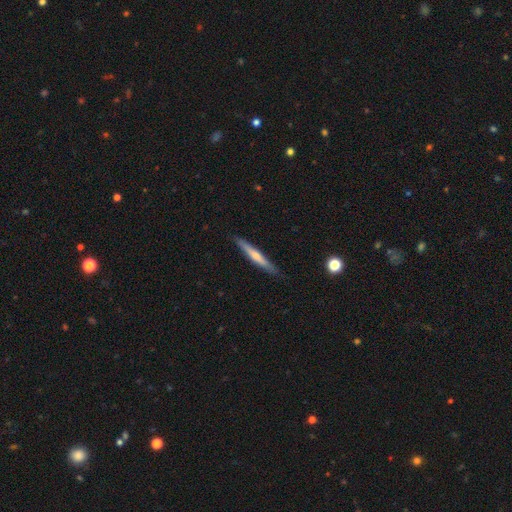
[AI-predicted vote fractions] Overall: smooth (49%; featured or disk 46%). Merging: none (87%).